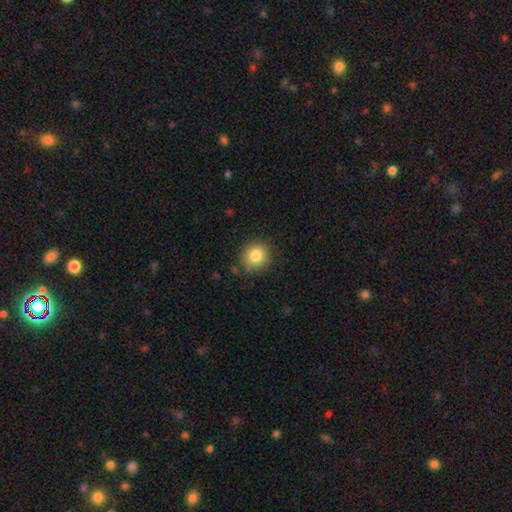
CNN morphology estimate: smooth 83%, star or artifact 10%, featured or disk 7%. Down the decision tree: how rounded — round (91%); merging — none (85%).